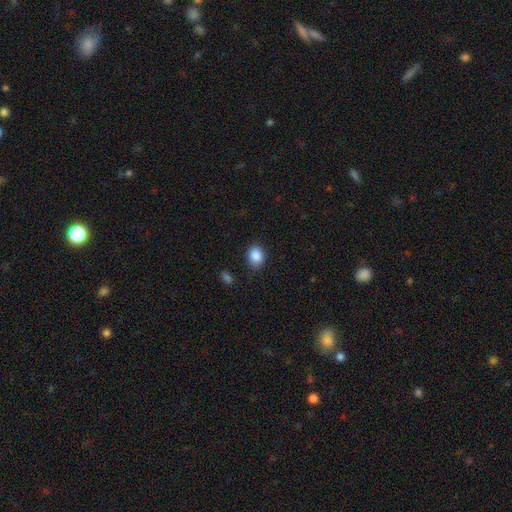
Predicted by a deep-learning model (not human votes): This is clearly a smooth galaxy (87%). How rounded: possibly round (53%). Merging: clearly none (81%).